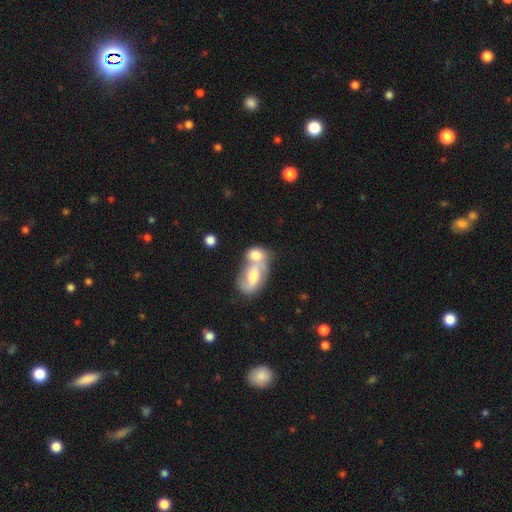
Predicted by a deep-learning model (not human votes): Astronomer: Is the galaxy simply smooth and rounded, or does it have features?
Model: smooth — 57% (runner-up: featured or disk, 35%).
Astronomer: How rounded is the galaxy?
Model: in between — 75%.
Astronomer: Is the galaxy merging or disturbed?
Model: merger — 73%.